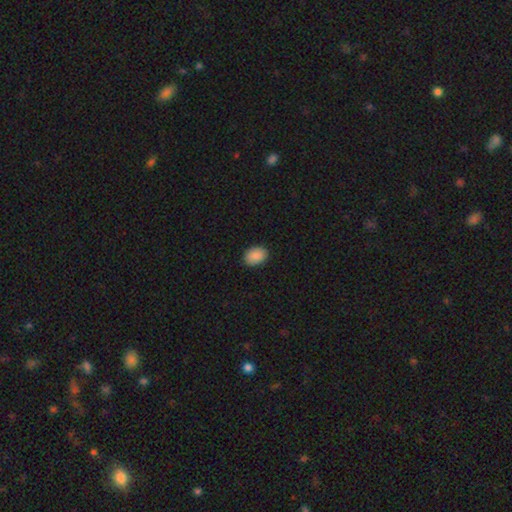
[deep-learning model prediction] Smooth or featured?
  - smooth: 89% *
  - star or artifact: 7%
  - featured or disk: 4%
How rounded?
  - in between: 73% *
  - round: 26%
  - cigar-shaped: 1%
Merging?
  - none: 89% *
  - minor disturbance: 8%
  - major disturbance: 2%
  - merger: 1%